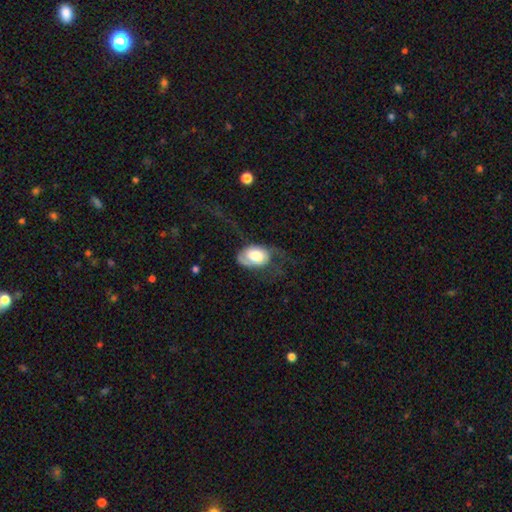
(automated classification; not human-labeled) The model was most divided on "smooth or featured": smooth: 47%, featured or disk: 46%, star or artifact: 7%. Remaining: merging — major disturbance (47%).